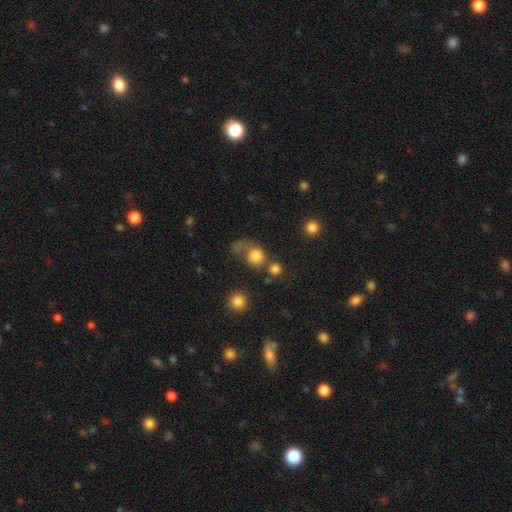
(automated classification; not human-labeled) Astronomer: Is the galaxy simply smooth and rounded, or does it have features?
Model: smooth — 78%.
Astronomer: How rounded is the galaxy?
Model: round — 79%.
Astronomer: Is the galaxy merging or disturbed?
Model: none — 35% (runner-up: major disturbance, 26%).